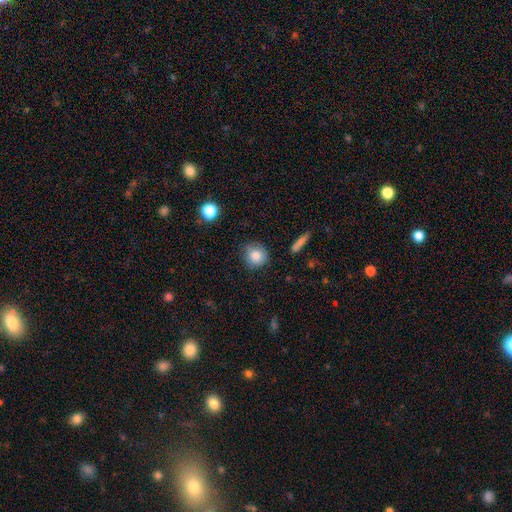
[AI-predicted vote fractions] The model was most divided on "merging": none: 79%, minor disturbance: 15%, major disturbance: 3%, merger: 2%. More confident: how rounded — round (89%); smooth or featured — smooth (84%).